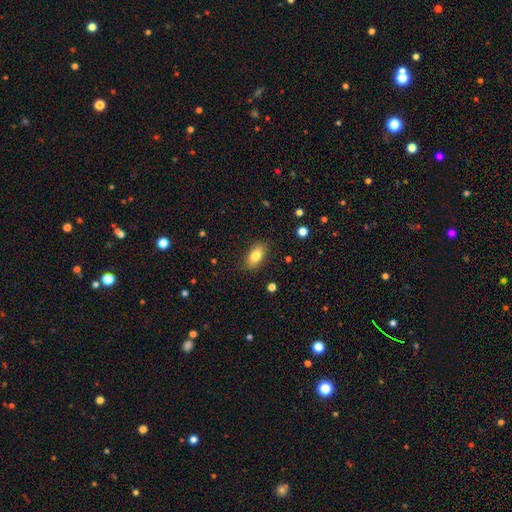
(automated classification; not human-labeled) The model was most divided on "smooth or featured": smooth: 81%, featured or disk: 11%, star or artifact: 8%. More confident: how rounded — in between (90%); merging — none (86%).